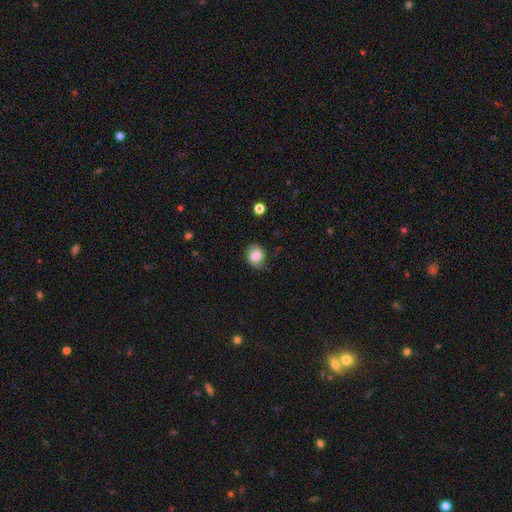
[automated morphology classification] Smooth or featured: smooth — 78% (featured or disk — 13%)
How rounded: round — 58% (in between — 41%)
Merging: none — 63% (minor disturbance — 28%)